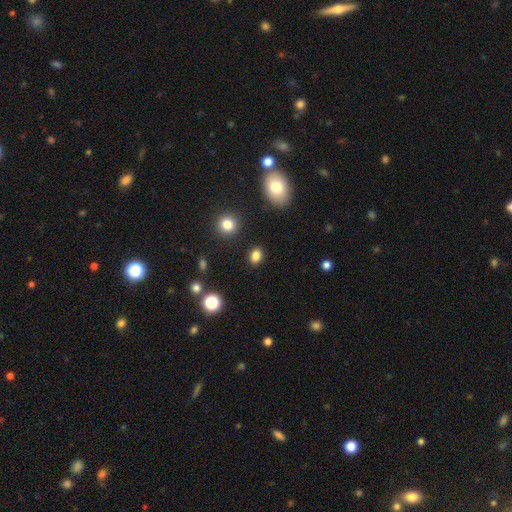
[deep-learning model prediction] Smooth or featured: smooth — 83% (star or artifact — 12%)
How rounded: in between — 60% (round — 39%)
Merging: none — 88% (minor disturbance — 7%)